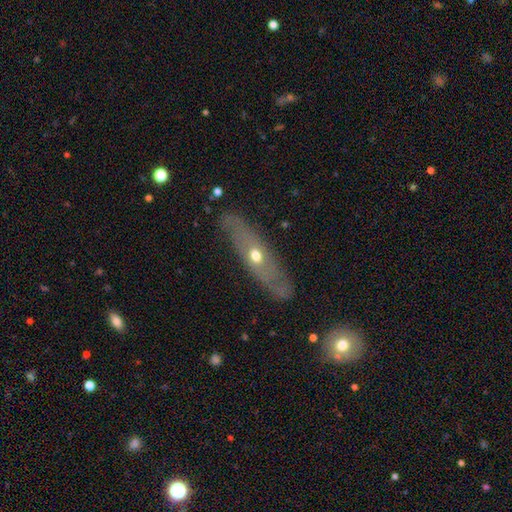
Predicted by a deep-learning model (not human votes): Q: Smooth or featured?
A: featured or disk (61%); runner-up: smooth (32%)
Q: Edge-on disk?
A: no (57%); runner-up: yes (43%)
Q: Merging?
A: none (82%); runner-up: minor disturbance (12%)